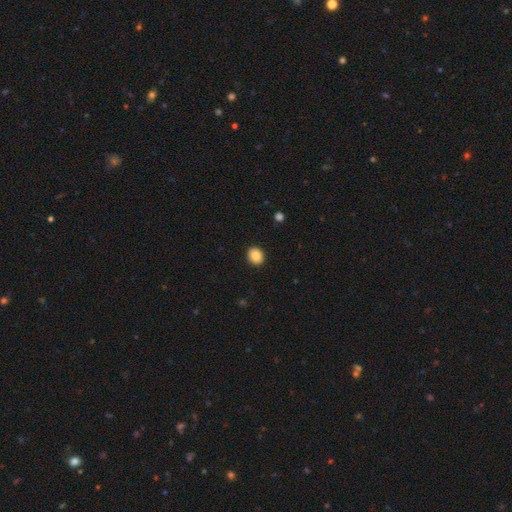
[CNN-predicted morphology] smooth_or_featured: smooth (p=0.89) [alt: star or artifact p=0.09]
how_rounded: round (p=0.60) [alt: in between p=0.39]
merging: none (p=0.91) [alt: minor disturbance p=0.06]